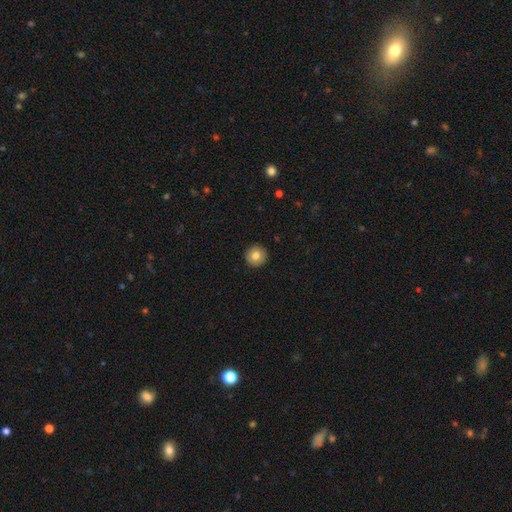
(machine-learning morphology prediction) This appears to be a smooth galaxy with no disk features (79%) that is round (96%). Merging: none (93%).